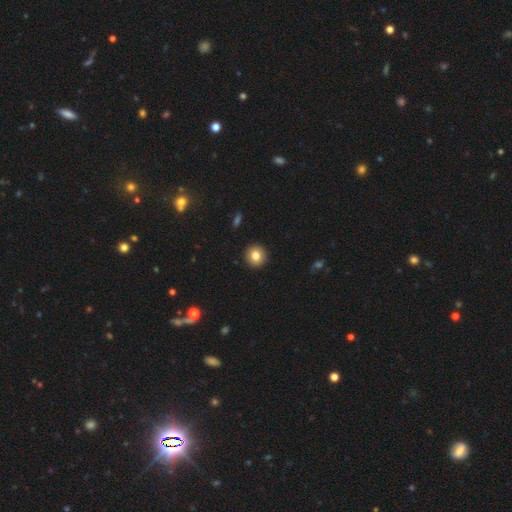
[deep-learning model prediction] Smooth or featured? smooth (83%)
How rounded? round (93%)
Merging? none (93%)